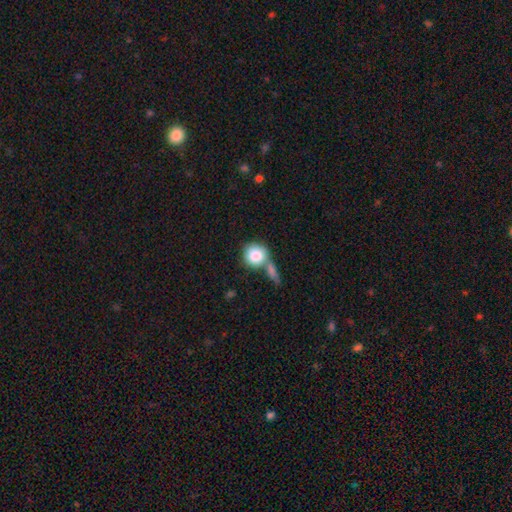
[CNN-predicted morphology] smooth 82%, featured or disk 10%, star or artifact 7%. Down the decision tree: how rounded — round (88%); merging — none (46%).